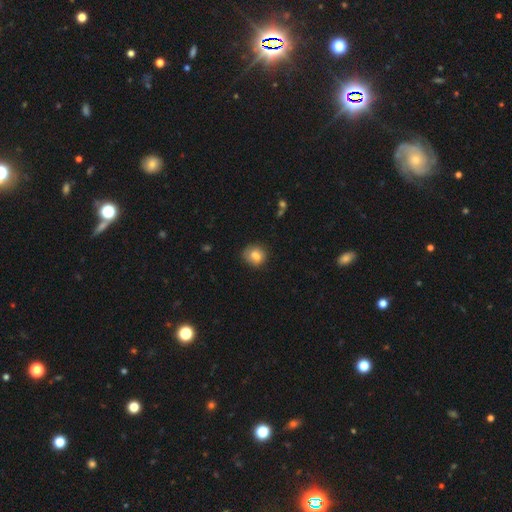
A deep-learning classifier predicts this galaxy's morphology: Smooth or featured? smooth (71%)
How rounded? round (67%)
Merging? none (62%)